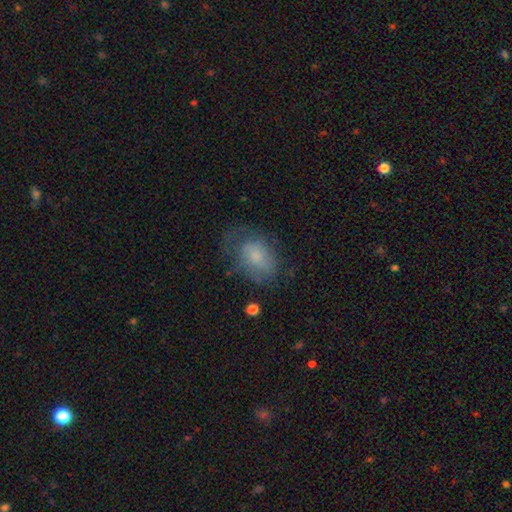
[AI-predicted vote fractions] Morphology: type=smooth (58%); roundness=in between (75%); merging=none (54%).